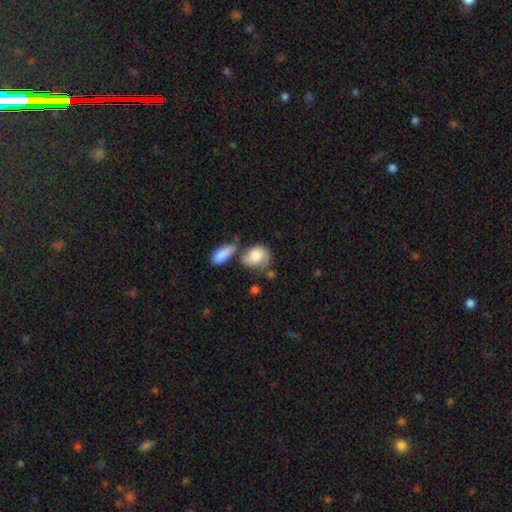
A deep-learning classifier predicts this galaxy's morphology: This is likely a smooth galaxy (76%). How rounded: likely in between (64%). Merging: marginally none (34%).